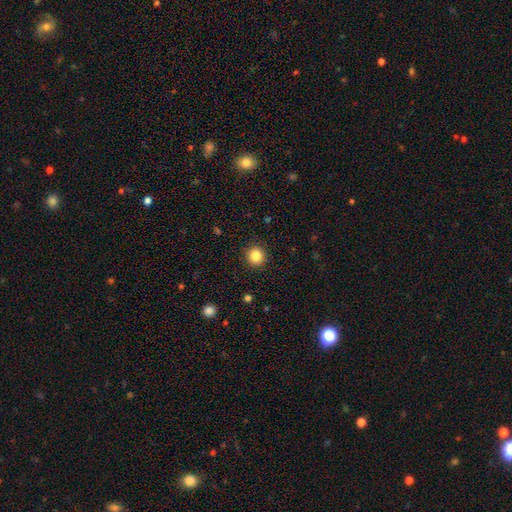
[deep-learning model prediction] A smooth galaxy with no disk features (85%) that is round (93%).

Vote fractions:
- Smooth or featured? smooth: 85% / star or artifact: 11% / featured or disk: 5%
- How rounded? round: 93% / in between: 7% / cigar-shaped: 1%
- Merging? none: 92% / minor disturbance: 5% / major disturbance: 2% / merger: 1%